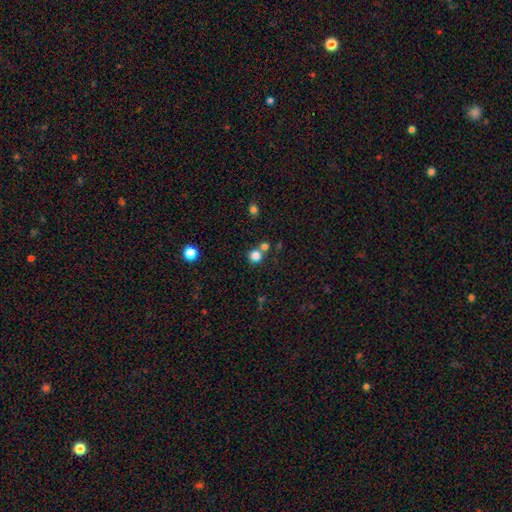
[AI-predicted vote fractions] smooth 81%, star or artifact 13%, featured or disk 6%. Down the decision tree: how rounded — round (91%); merging — none (64%).